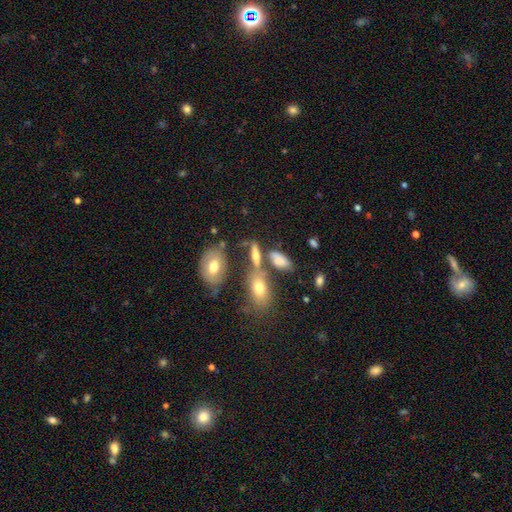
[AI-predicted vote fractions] A smooth galaxy with no disk features (59%) that is in between round and cigar-shaped (59%). Merging: none (49%).